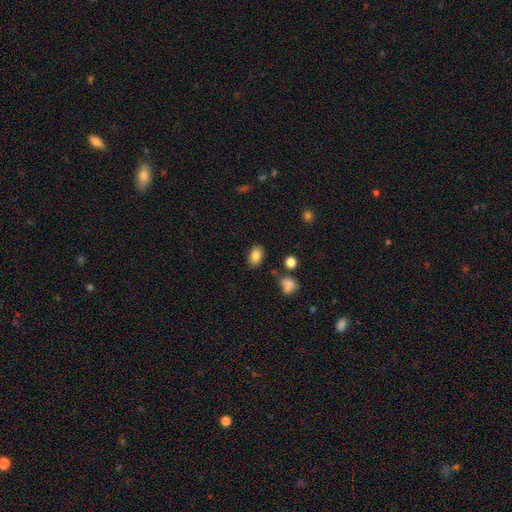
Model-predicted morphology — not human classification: Smooth or featured: smooth — 84% (star or artifact — 9%)
How rounded: in between — 84% (round — 15%)
Merging: none — 82% (minor disturbance — 12%)